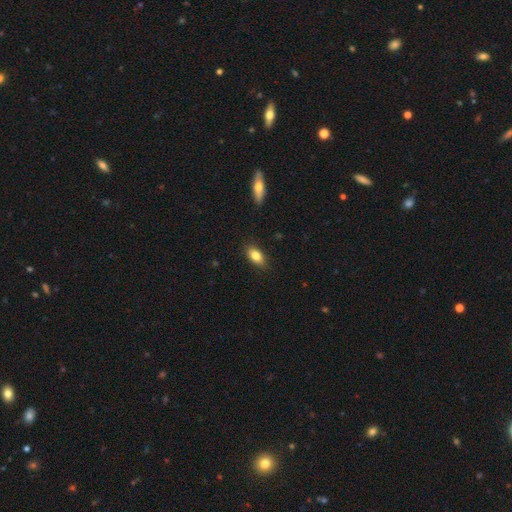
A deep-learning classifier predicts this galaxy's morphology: Overall: smooth (81%). How rounded: in between (88%). Merging: none (86%).